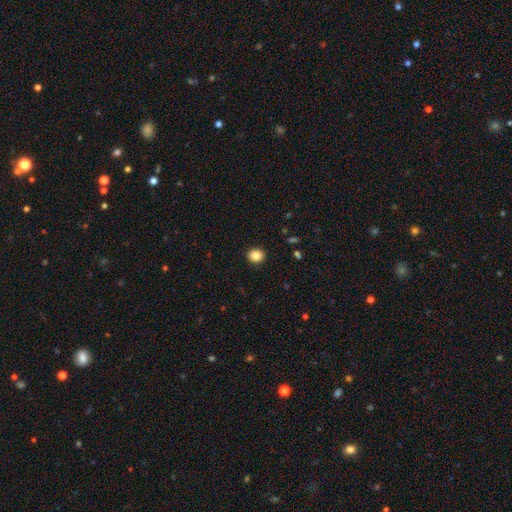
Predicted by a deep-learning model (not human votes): This appears to be a smooth galaxy with no disk features (86%) that is round (78%). Merging: none (92%).